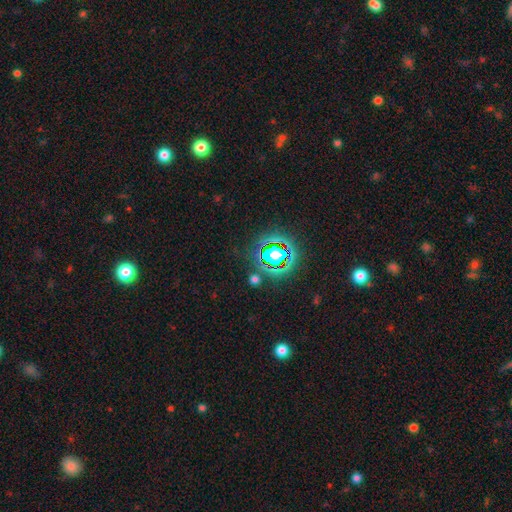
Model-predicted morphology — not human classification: smooth_or_featured: star or artifact (p=0.77) [alt: smooth p=0.15]